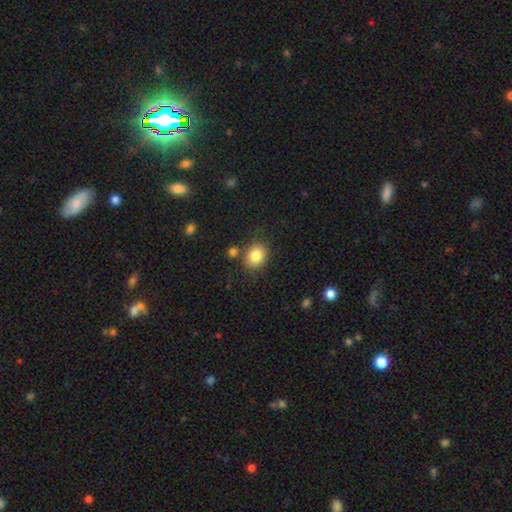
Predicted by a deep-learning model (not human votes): A smooth galaxy with no disk features (84%) that is in between round and cigar-shaped (52%). Merging: none (76%).